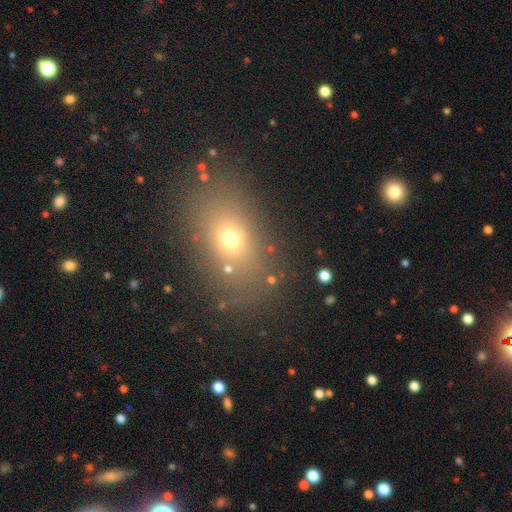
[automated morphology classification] Overall: smooth (59%; star or artifact 29%). How rounded: in between (67%; round 30%). Merging: none (84%).